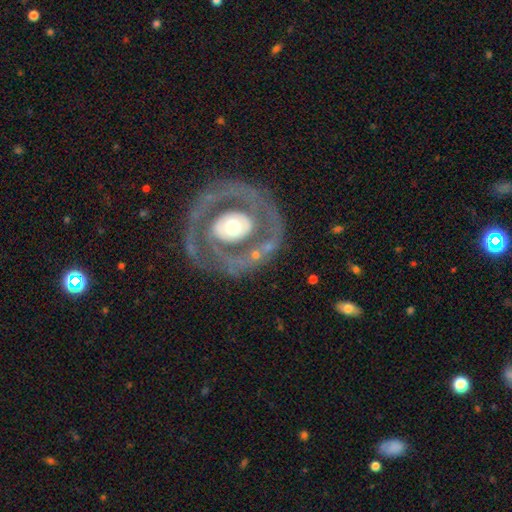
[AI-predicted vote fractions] A featured or disk galaxy (76%) with no bar (78%), no spiral arms (56%) and a moderate central bulge (61%).

Vote fractions:
- Smooth or featured? featured or disk: 76% / smooth: 20% / star or artifact: 5%
- Edge-on disk? no: 96% / yes: 4%
- Bar? no: 78% / weak: 14% / strong: 8%
- Spiral arms? no: 56% / yes: 44%
- Bulge size? moderate: 61% / large: 26% / small: 9% / dominant: 3% / none: 1%
- Merging? none: 74% / minor disturbance: 13% / major disturbance: 11% / merger: 2%